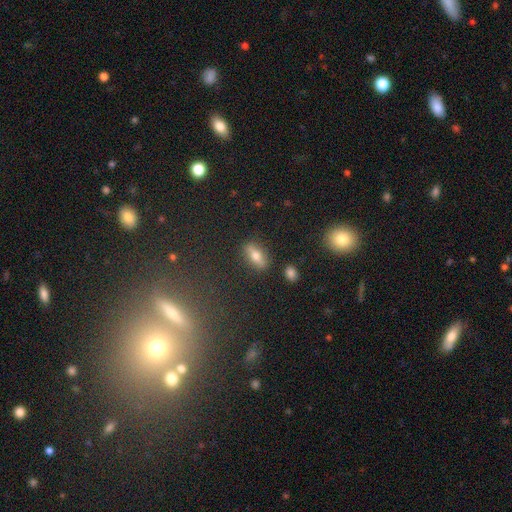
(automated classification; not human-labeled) Q: Smooth or featured?
A: smooth (56%); runner-up: featured or disk (32%)
Q: How rounded?
A: in between (64%); runner-up: cigar-shaped (27%)
Q: Merging?
A: none (86%); runner-up: minor disturbance (9%)